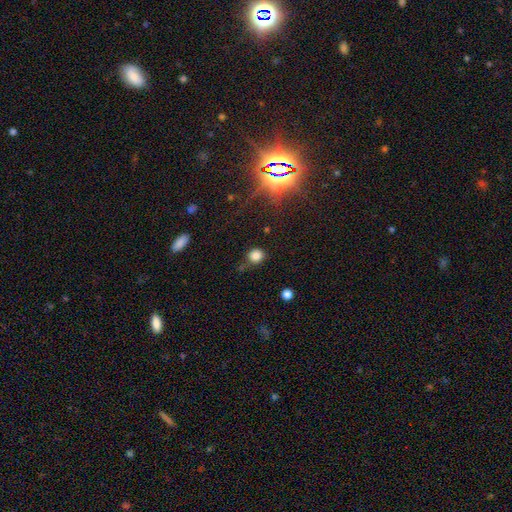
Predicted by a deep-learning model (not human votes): Smooth or featured: smooth — 81% (star or artifact — 14%)
How rounded: round — 85% (in between — 13%)
Merging: none — 72% (minor disturbance — 17%)